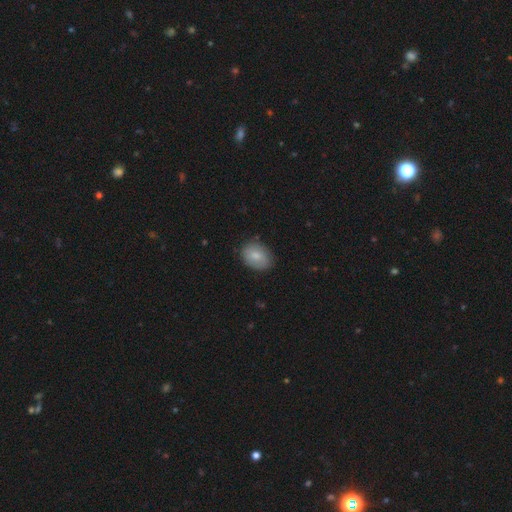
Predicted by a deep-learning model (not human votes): Smooth or featured?
  - smooth: 82% *
  - featured or disk: 11%
  - star or artifact: 7%
How rounded?
  - in between: 73% *
  - round: 26%
  - cigar-shaped: 1%
Merging?
  - none: 81% *
  - minor disturbance: 15%
  - major disturbance: 3%
  - merger: 1%